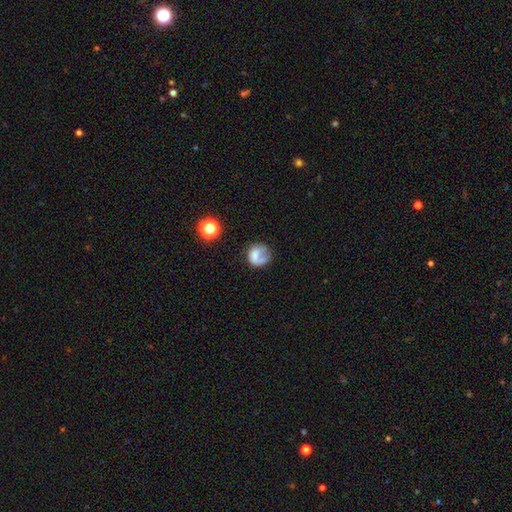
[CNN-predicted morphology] This is possibly a smooth galaxy (60%). How rounded: likely round (73%). Merging: marginally none (43%).